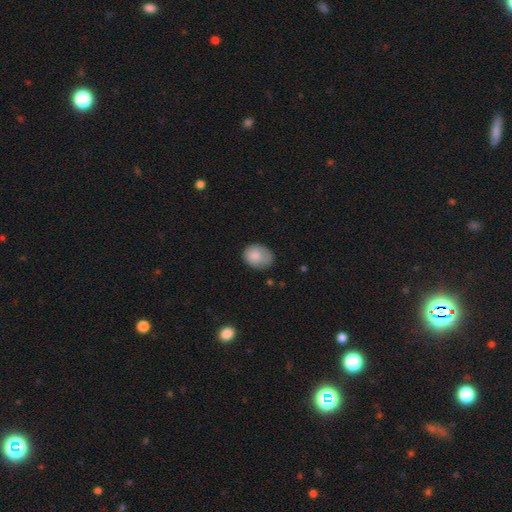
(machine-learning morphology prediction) Overall: smooth (83%). How rounded: in between (51%; round 48%). Merging: none (64%; minor disturbance 26%).